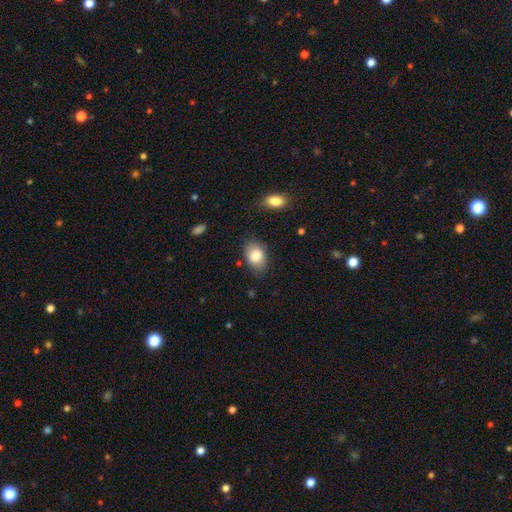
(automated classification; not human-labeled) This is clearly a smooth galaxy (83%). How rounded: clearly in between (83%). Merging: likely none (78%).